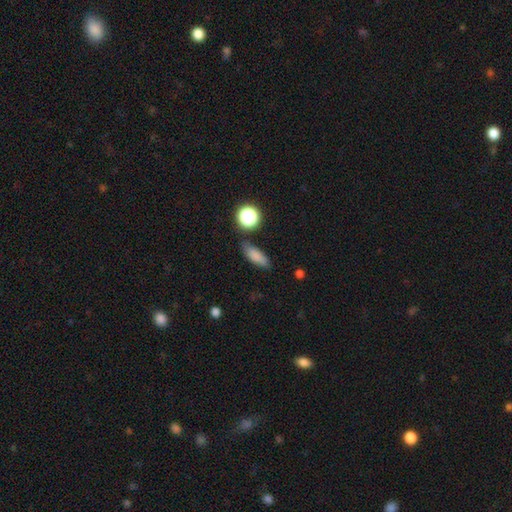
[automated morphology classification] smooth-or-featured: smooth: 80% | star or artifact: 11% | featured or disk: 9%
  how-rounded: in between: 63% | cigar-shaped: 30% | round: 7%
  merging: none: 77% | minor disturbance: 15% | merger: 4% | major disturbance: 4%